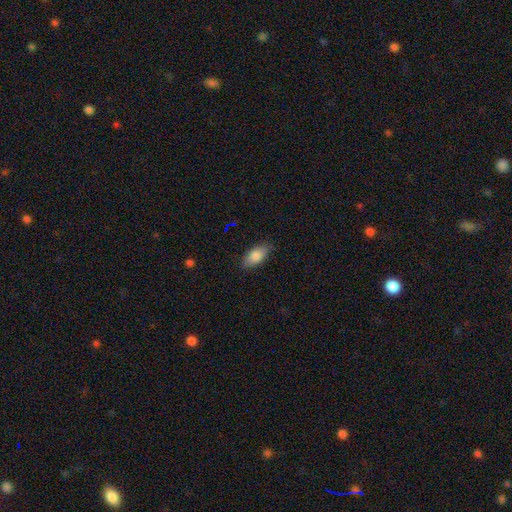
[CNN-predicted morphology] smooth-or-featured: smooth: 84% | featured or disk: 9% | star or artifact: 7%
  how-rounded: in between: 91% | cigar-shaped: 6% | round: 3%
  merging: none: 83% | minor disturbance: 13% | major disturbance: 3% | merger: 1%